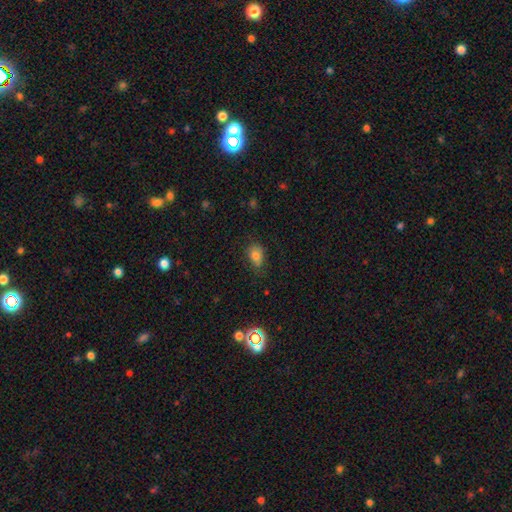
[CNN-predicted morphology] type=smooth (80%); roundness=in between (78%); merging=none (71%).